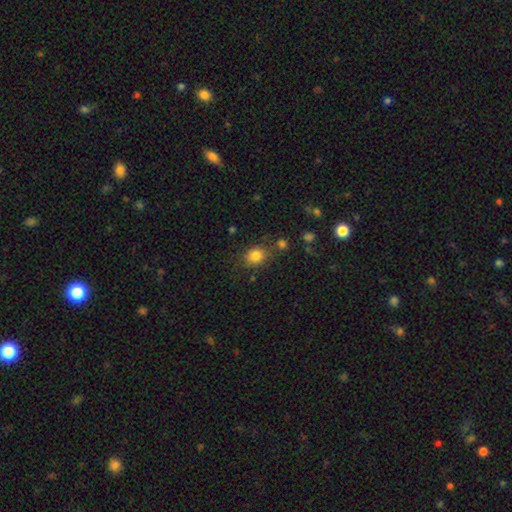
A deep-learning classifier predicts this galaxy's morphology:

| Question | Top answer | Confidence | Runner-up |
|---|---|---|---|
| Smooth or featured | smooth | 82% | star or artifact (11%) |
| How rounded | round | 62% | in between (37%) |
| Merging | none | 75% | minor disturbance (14%) |